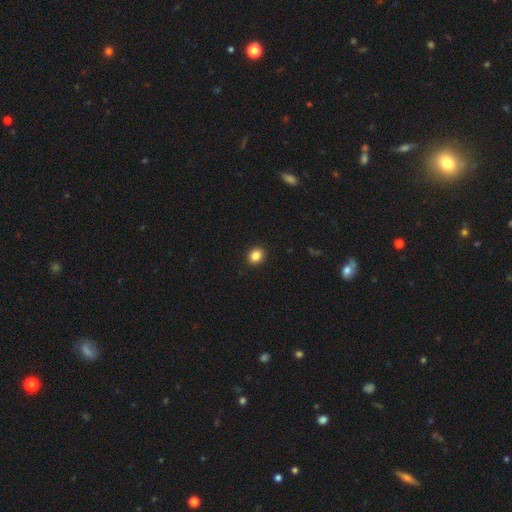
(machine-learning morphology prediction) A smooth galaxy with no disk features (86%) that is round (63%).

Vote fractions:
- Smooth or featured? smooth: 86% / star or artifact: 10% / featured or disk: 4%
- How rounded? round: 63% / in between: 36% / cigar-shaped: 1%
- Merging? none: 92% / minor disturbance: 5% / major disturbance: 2% / merger: 1%